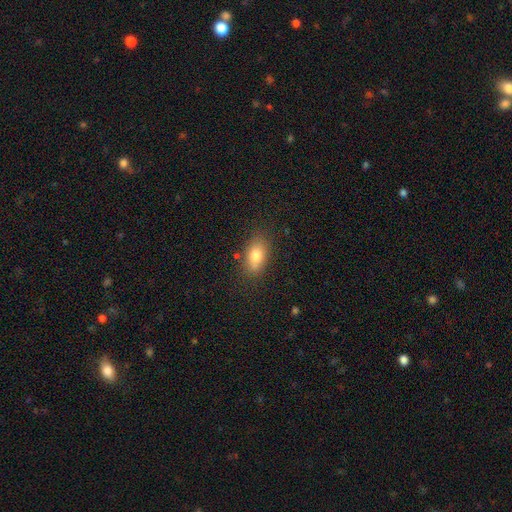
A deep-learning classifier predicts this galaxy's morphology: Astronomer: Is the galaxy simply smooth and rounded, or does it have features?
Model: smooth — 80%.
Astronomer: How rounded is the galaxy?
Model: in between — 86%.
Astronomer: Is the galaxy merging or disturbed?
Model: none — 79%.